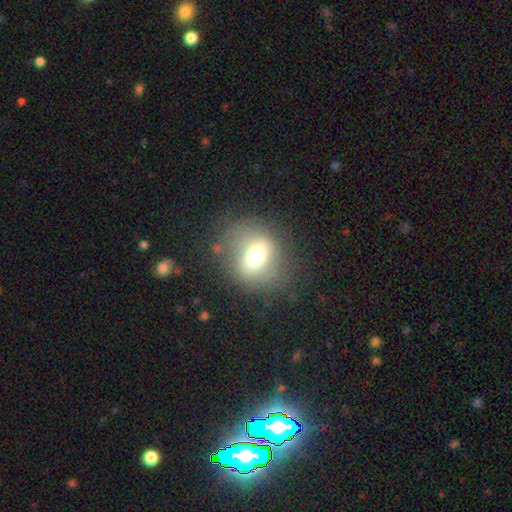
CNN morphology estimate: smooth 62%, featured or disk 22%, star or artifact 16%. Down the decision tree: how rounded — round (73%); merging — none (73%).